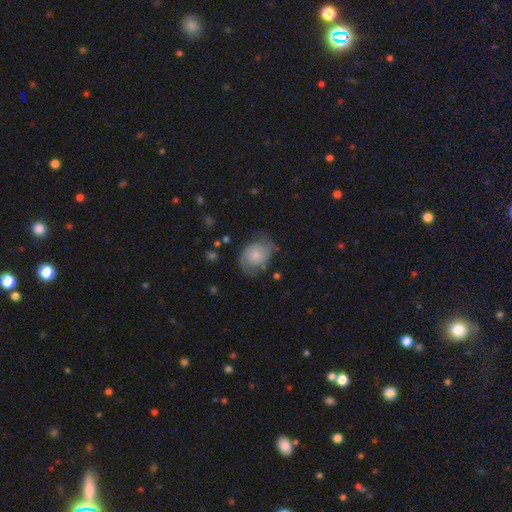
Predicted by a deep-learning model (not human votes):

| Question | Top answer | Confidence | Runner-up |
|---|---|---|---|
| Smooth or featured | featured or disk | 56% | smooth (36%) |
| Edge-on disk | no | 97% | yes (3%) |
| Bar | no | 76% | weak (21%) |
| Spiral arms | yes | 86% | no (14%) |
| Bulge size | small | 45% | moderate (36%) |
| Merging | none | 59% | minor disturbance (26%) |